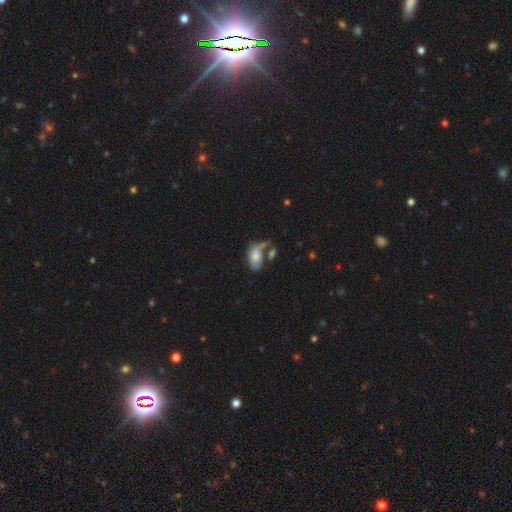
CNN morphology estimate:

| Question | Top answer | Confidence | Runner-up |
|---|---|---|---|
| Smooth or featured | smooth | 73% | featured or disk (19%) |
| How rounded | in between | 92% | round (5%) |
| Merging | none | 31% | merger (30%) |